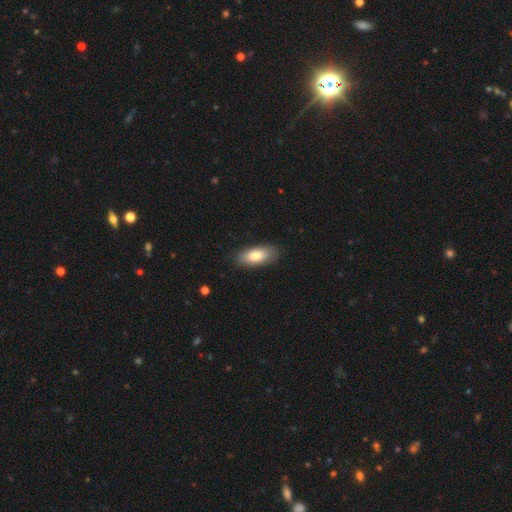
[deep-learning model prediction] Smooth or featured? Predicted: smooth (p=0.79). How rounded? Predicted: in between (p=0.87). Merging? Predicted: none (p=0.85).